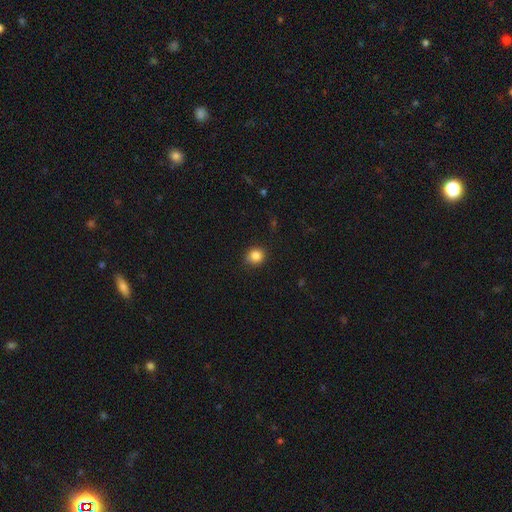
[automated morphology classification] Q: Smooth or featured?
A: smooth (85%); runner-up: star or artifact (10%)
Q: How rounded?
A: round (82%); runner-up: in between (17%)
Q: Merging?
A: none (83%); runner-up: minor disturbance (13%)